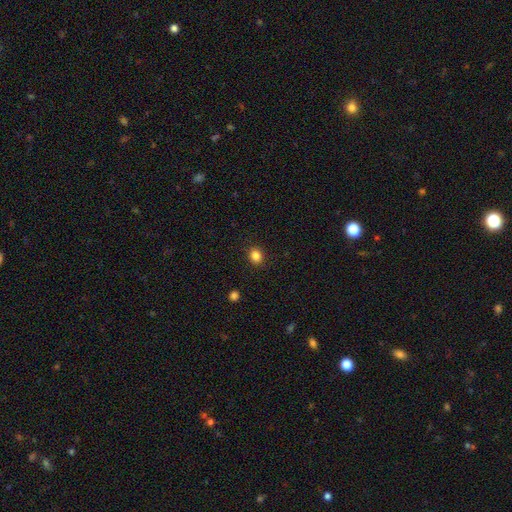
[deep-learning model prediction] smooth-or-featured: smooth: 85% | star or artifact: 11% | featured or disk: 4%
  how-rounded: round: 70% | in between: 30% | cigar-shaped: 1%
  merging: none: 91% | minor disturbance: 6% | major disturbance: 2% | merger: 1%